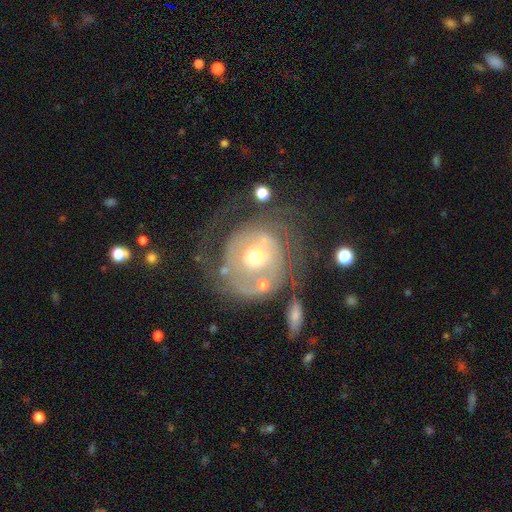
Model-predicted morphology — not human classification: The model was most divided on "spiral arm count": can't tell: 38%, 2: 30%, 1: 16%, 3: 8%, 4: 4%, more than 4: 4%. Remaining: edge-on disk — no (97%); bar — no (81%); smooth or featured — featured or disk (74%); spiral arms — yes (73%); spiral winding — tight (60%); bulge size — moderate (55%); merging — none (48%).